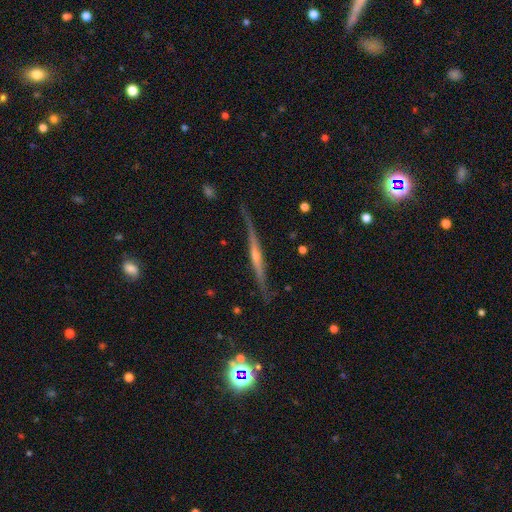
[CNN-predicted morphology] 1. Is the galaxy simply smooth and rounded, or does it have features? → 79% featured or disk, 14% smooth, 7% star or artifact.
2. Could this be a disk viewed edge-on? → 96% yes, 4% no.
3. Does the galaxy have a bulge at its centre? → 66% rounded, 26% none, 8% boxy.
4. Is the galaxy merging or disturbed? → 75% none, 18% minor disturbance, 5% major disturbance, 2% merger.